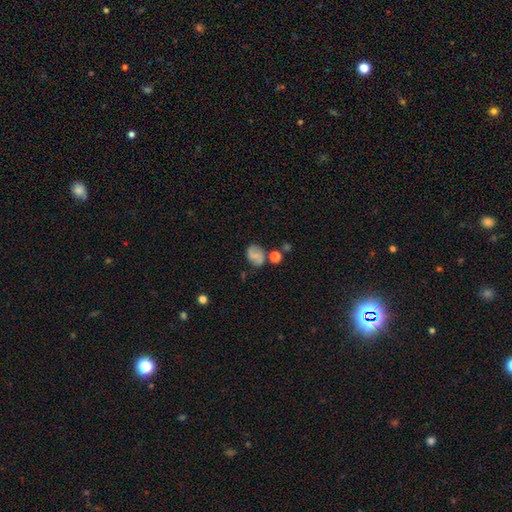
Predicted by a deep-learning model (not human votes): A smooth galaxy with no disk features (55%) that is in between round and cigar-shaped (57%).

Vote fractions:
- Smooth or featured? smooth: 55% / featured or disk: 34% / star or artifact: 11%
- How rounded? in between: 57% / round: 42% / cigar-shaped: 1%
- Merging? none: 62% / minor disturbance: 20% / merger: 11% / major disturbance: 6%